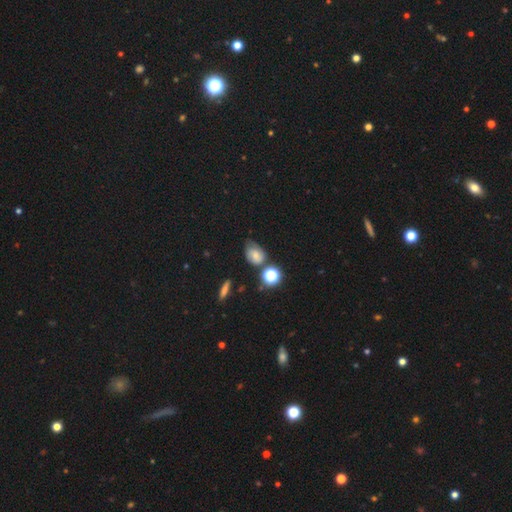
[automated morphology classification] Smooth or featured: smooth — 60% (featured or disk — 24%)
How rounded: in between — 63% (round — 36%)
Merging: none — 46% (minor disturbance — 33%)